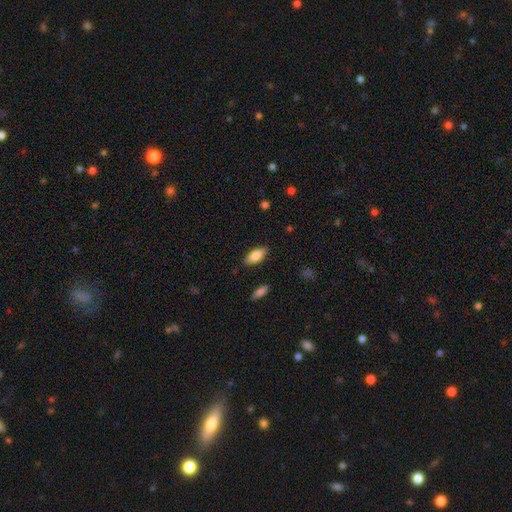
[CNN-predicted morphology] Overall: smooth (78%). How rounded: in between (83%). Merging: none (87%).